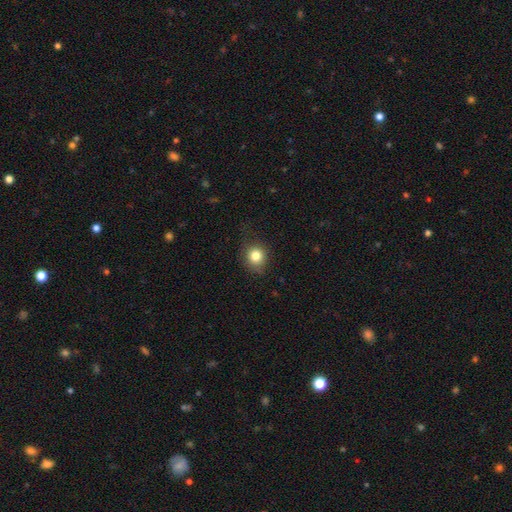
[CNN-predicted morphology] Smooth or featured?
  - smooth: 81% *
  - star or artifact: 11%
  - featured or disk: 8%
How rounded?
  - round: 83% *
  - in between: 16%
  - cigar-shaped: 1%
Merging?
  - none: 76% *
  - minor disturbance: 18%
  - major disturbance: 5%
  - merger: 1%